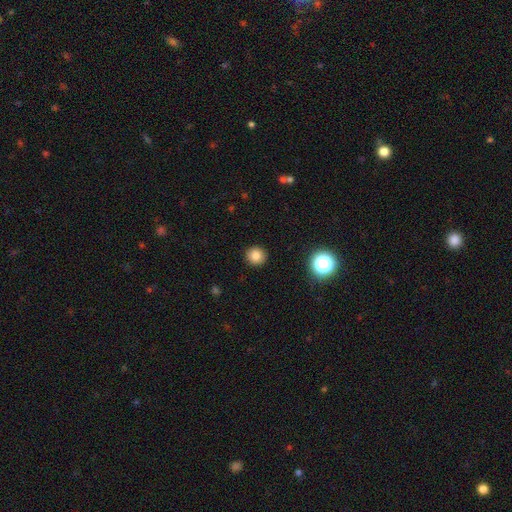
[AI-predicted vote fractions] A smooth galaxy with no disk features (83%) that is round (90%).

Vote fractions:
- Smooth or featured? smooth: 83% / star or artifact: 12% / featured or disk: 5%
- How rounded? round: 90% / in between: 9% / cigar-shaped: 1%
- Merging? none: 91% / minor disturbance: 6% / major disturbance: 2% / merger: 1%